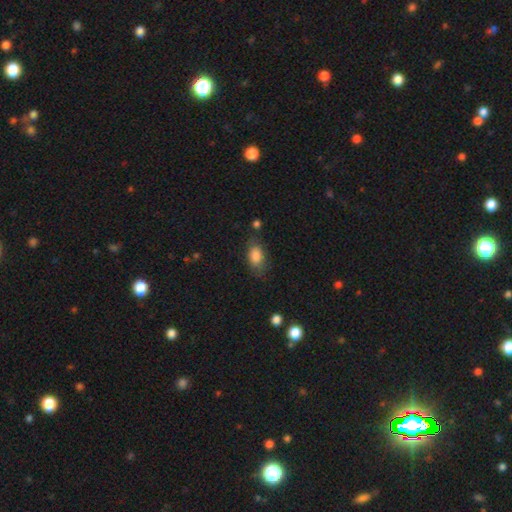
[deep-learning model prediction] This appears to be a smooth galaxy with no disk features (84%) that is in between round and cigar-shaped (89%). Merging: none (72%).